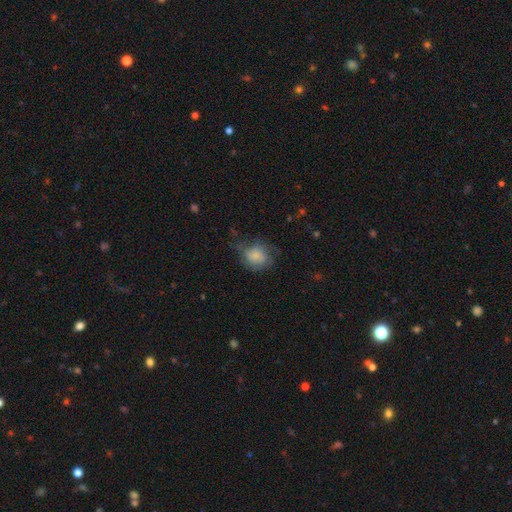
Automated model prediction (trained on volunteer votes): This appears to be a smooth galaxy with no disk features (65%) that is round (63%). Merging: none (47%).